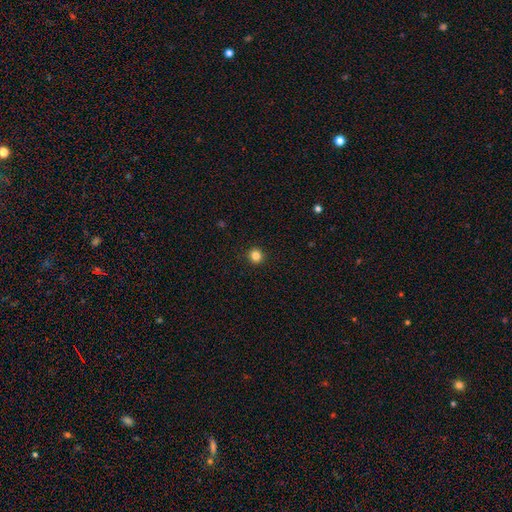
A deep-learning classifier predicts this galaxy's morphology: smooth_or_featured: smooth (p=0.83) [alt: star or artifact p=0.12]
how_rounded: round (p=0.94) [alt: in between p=0.05]
merging: none (p=0.93) [alt: minor disturbance p=0.05]